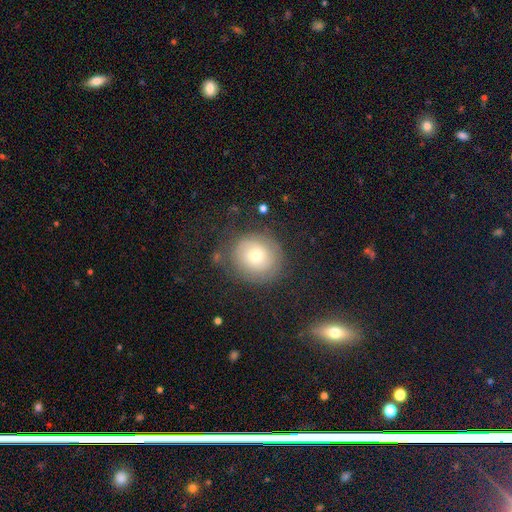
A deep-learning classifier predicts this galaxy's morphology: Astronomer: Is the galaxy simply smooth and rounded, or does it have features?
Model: smooth — 59%.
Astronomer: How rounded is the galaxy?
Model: round — 85%.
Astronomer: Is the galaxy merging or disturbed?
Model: none — 73%.